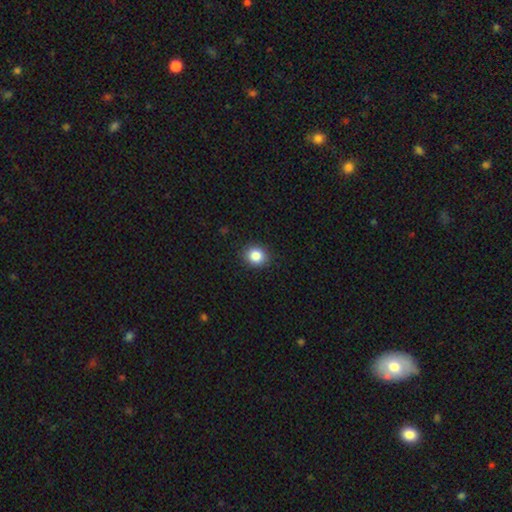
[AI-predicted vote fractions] Smooth or featured? smooth (85%)
How rounded? round (77%)
Merging? none (90%)